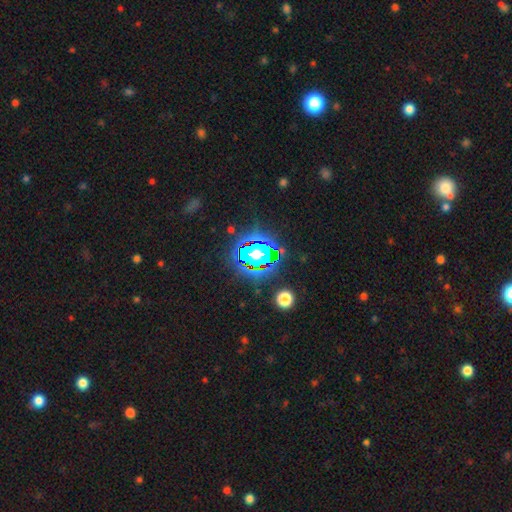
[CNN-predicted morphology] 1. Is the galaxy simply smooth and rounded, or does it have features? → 58% star or artifact, 24% smooth, 18% featured or disk.